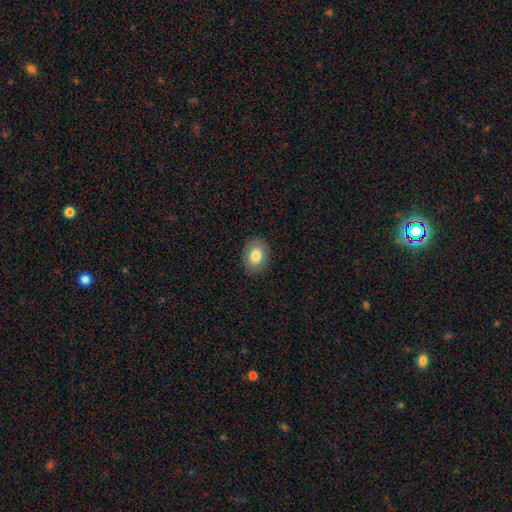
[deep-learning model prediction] Smooth or featured?
  - smooth: 81% *
  - featured or disk: 11%
  - star or artifact: 8%
How rounded?
  - in between: 67% *
  - round: 32%
  - cigar-shaped: 1%
Merging?
  - none: 86% *
  - minor disturbance: 10%
  - major disturbance: 3%
  - merger: 1%